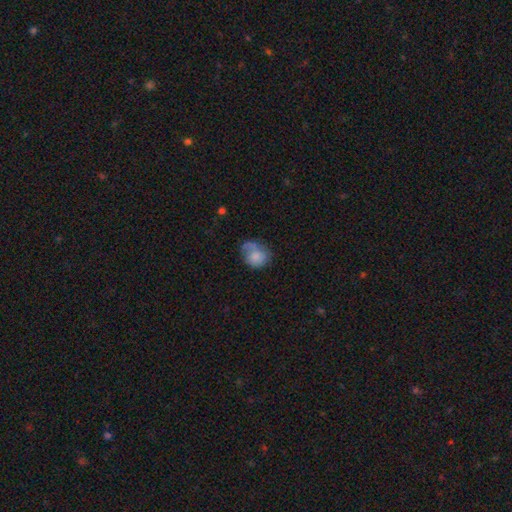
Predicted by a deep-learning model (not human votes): This is likely a smooth galaxy (68%). How rounded: possibly round (54%). Merging: marginally none (44%).